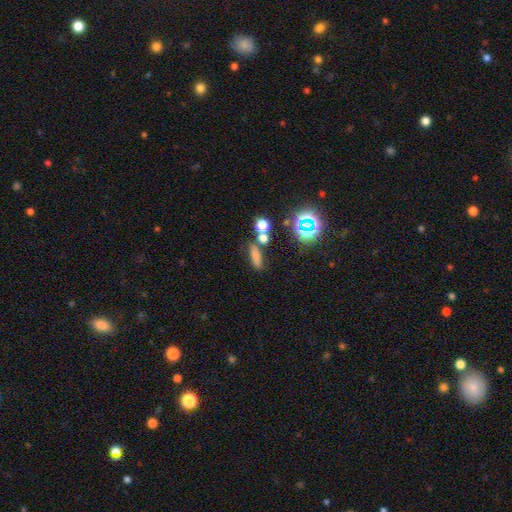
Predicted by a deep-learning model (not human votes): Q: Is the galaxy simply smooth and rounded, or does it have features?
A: smooth — 64%.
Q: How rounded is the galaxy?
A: cigar-shaped — 47%.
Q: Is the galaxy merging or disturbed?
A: none — 64%.